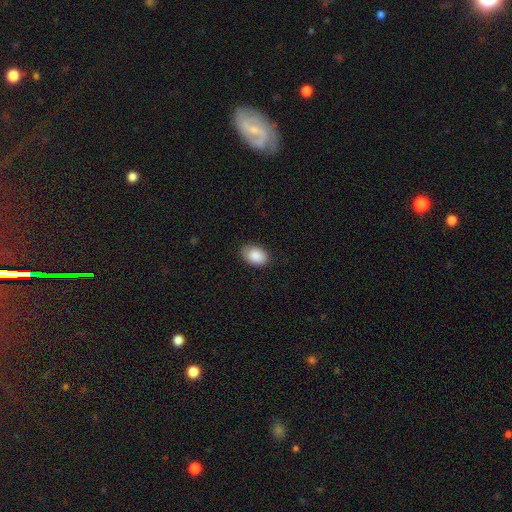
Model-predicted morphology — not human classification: Smooth or featured? Predicted: smooth (p=0.89). How rounded? Predicted: in between (p=0.87). Merging? Predicted: none (p=0.83).